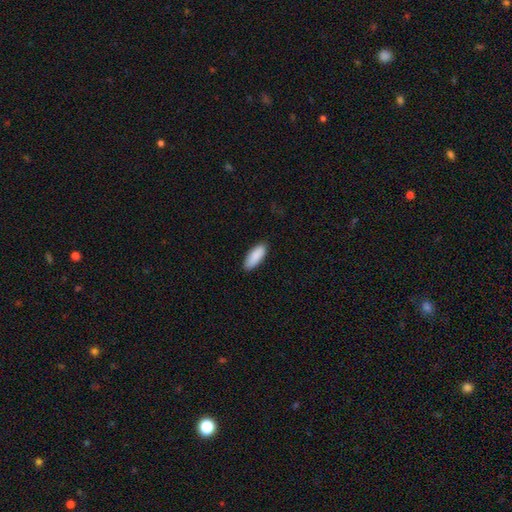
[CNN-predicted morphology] Smooth or featured: smooth — 90% (star or artifact — 5%)
How rounded: in between — 74% (cigar-shaped — 25%)
Merging: none — 88% (minor disturbance — 9%)